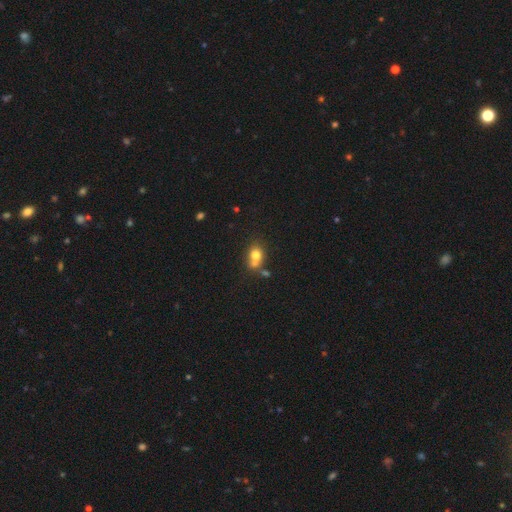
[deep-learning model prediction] The model was most divided on "merging": merger: 45%, none: 40%, minor disturbance: 10%, major disturbance: 5%. More confident: smooth or featured — smooth (73%); how rounded — round (63%).